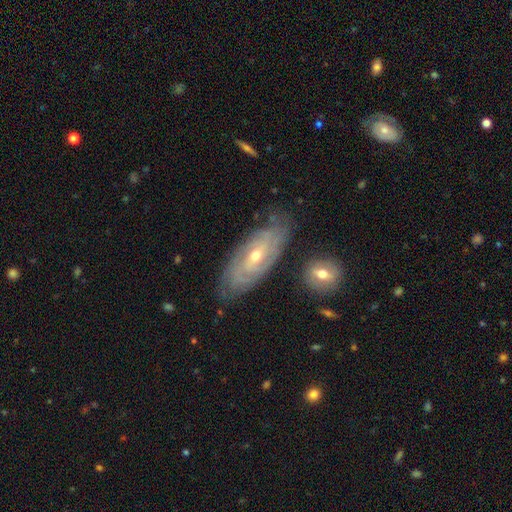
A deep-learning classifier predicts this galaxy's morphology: Smooth or featured: featured or disk — 81% (smooth — 13%)
Edge-on disk: no — 88% (yes — 12%)
Bar: no — 54% (weak — 36%)
Spiral arms: yes — 89% (no — 11%)
Spiral winding: tight — 75% (medium — 19%)
Spiral arm count: can't tell — 51% (2 — 24%)
Bulge size: small — 50% (moderate — 47%)
Merging: none — 77% (minor disturbance — 16%)